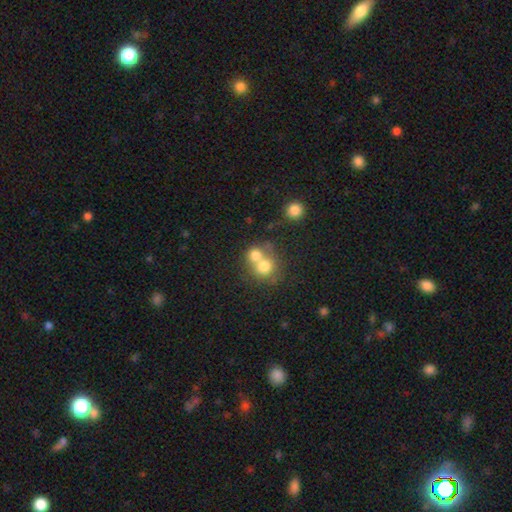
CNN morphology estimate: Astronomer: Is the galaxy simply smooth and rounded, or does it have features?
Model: smooth — 73%.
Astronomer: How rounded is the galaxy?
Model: round — 81%.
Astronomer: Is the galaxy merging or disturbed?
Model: merger — 58%.